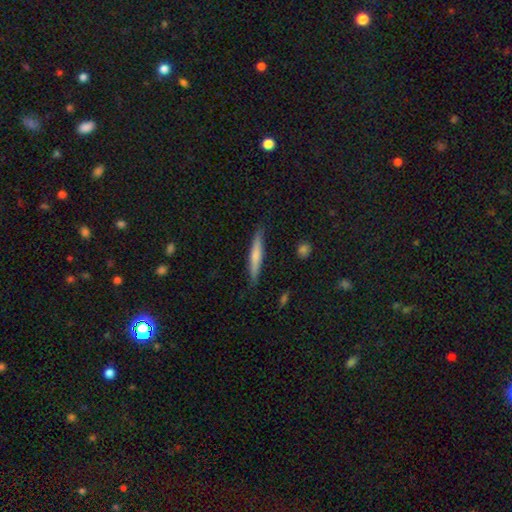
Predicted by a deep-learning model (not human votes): smooth 62%, featured or disk 32%, star or artifact 6%. Down the decision tree: how rounded — cigar-shaped (93%); merging — none (87%).